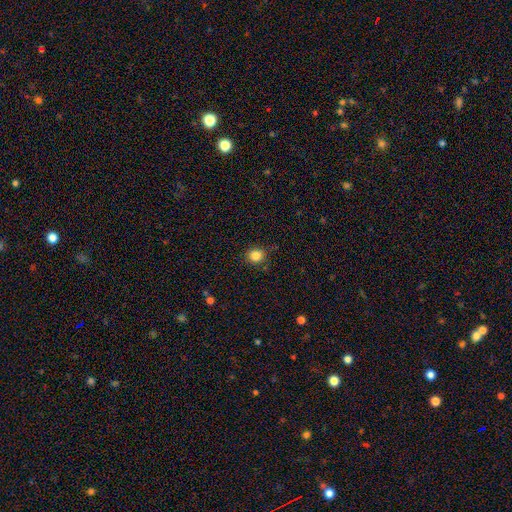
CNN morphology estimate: This appears to be a smooth galaxy with no disk features (84%) that is round (81%). Merging: none (84%).